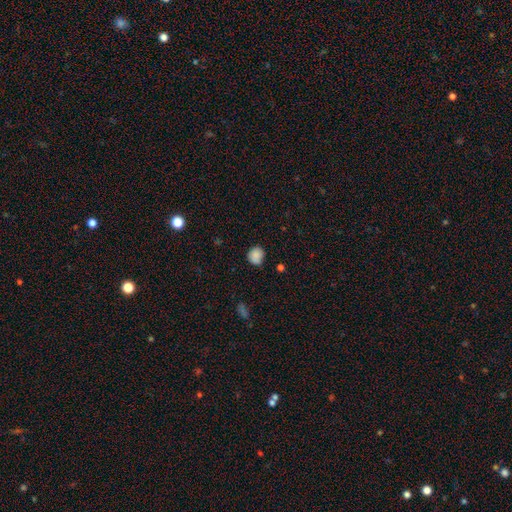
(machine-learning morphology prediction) Overall: smooth (85%). How rounded: round (81%). Merging: none (76%).